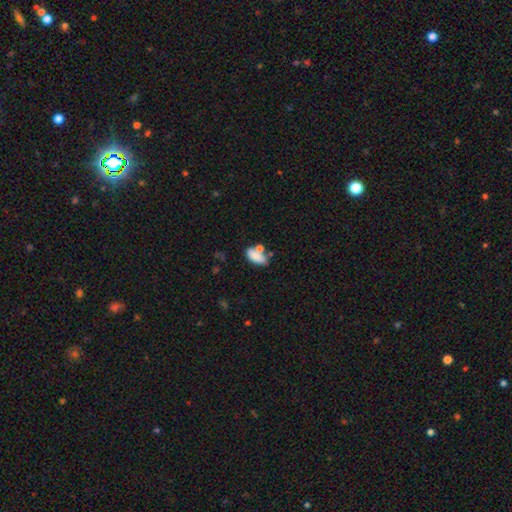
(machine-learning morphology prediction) smooth-or-featured: smooth: 80% | featured or disk: 12% | star or artifact: 8%
  how-rounded: in between: 87% | cigar-shaped: 9% | round: 4%
  merging: none: 45% | merger: 30% | minor disturbance: 17% | major disturbance: 7%